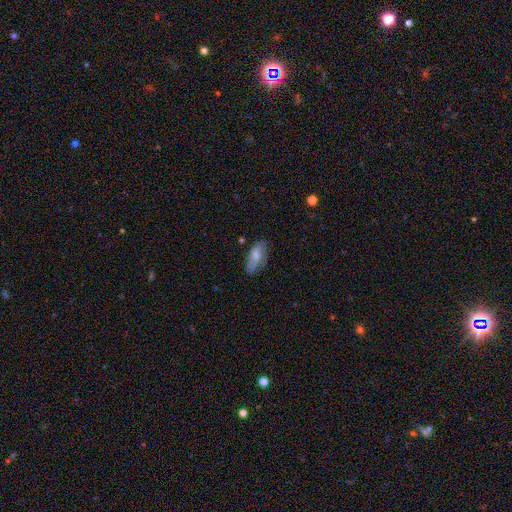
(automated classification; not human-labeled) Smooth or featured?
  - smooth: 69% *
  - featured or disk: 24%
  - star or artifact: 7%
How rounded?
  - in between: 87% *
  - cigar-shaped: 10%
  - round: 3%
Merging?
  - none: 63% *
  - minor disturbance: 27%
  - major disturbance: 7%
  - merger: 2%